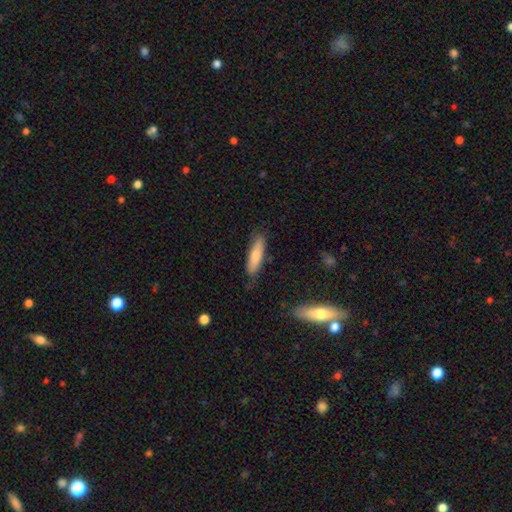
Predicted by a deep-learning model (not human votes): smooth-or-featured: smooth: 75% | featured or disk: 19% | star or artifact: 6%
  how-rounded: cigar-shaped: 63% | in between: 35% | round: 2%
  merging: none: 78% | minor disturbance: 17% | major disturbance: 3% | merger: 2%